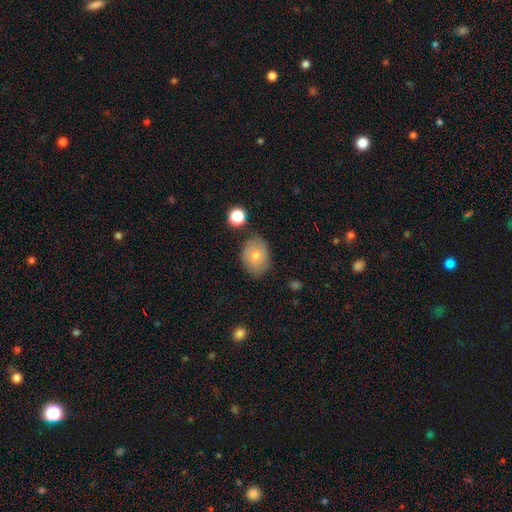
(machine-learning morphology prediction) smooth-or-featured: smooth: 70% | featured or disk: 22% | star or artifact: 8%
  how-rounded: in between: 65% | round: 34% | cigar-shaped: 1%
  merging: none: 71% | minor disturbance: 20% | major disturbance: 5% | merger: 4%